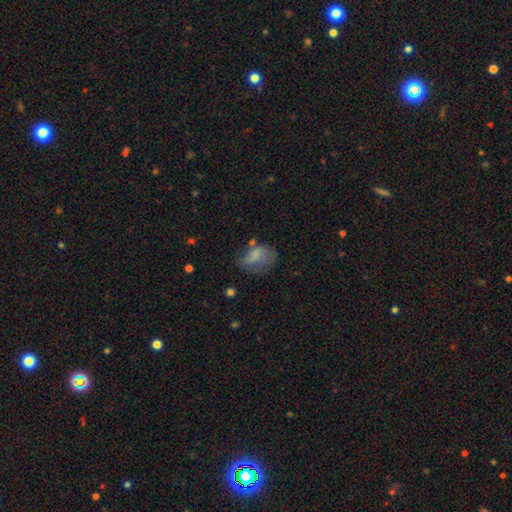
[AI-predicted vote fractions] smooth 69%, featured or disk 21%, star or artifact 10%. Down the decision tree: how rounded — in between (81%); merging — none (38%).